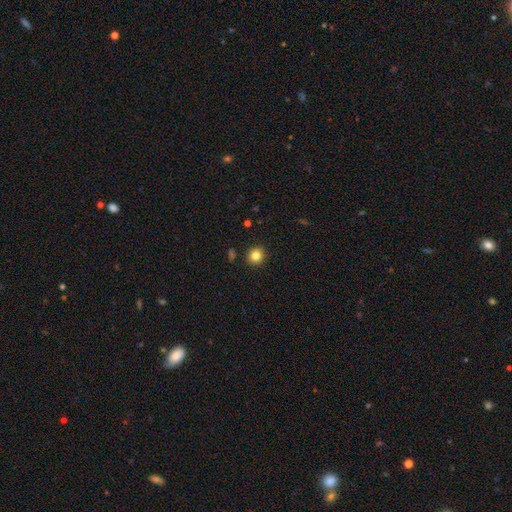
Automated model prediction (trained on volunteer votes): smooth-or-featured: smooth: 83% | star or artifact: 11% | featured or disk: 6%
  how-rounded: round: 90% | in between: 9% | cigar-shaped: 1%
  merging: none: 91% | minor disturbance: 6% | major disturbance: 2% | merger: 2%